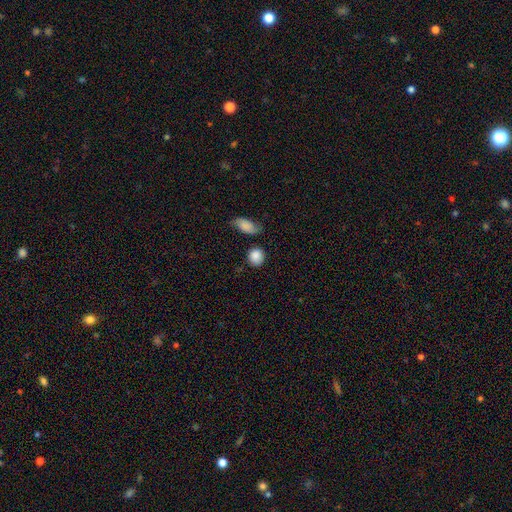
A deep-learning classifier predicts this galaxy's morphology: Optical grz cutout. It shows a smooth galaxy with no disk features (86%) that is round (72%). Merging: none (75%).